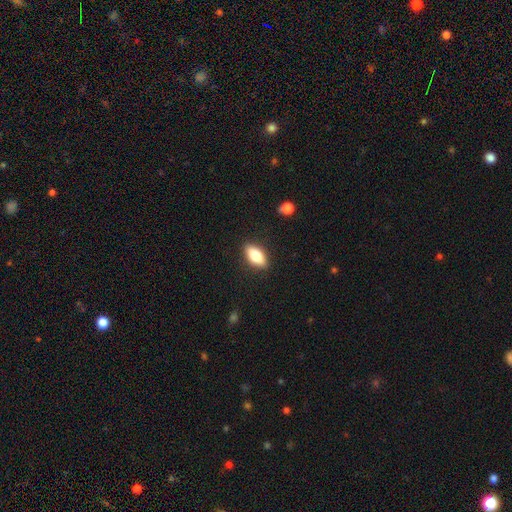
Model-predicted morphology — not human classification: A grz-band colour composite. It shows a smooth galaxy with no disk features (77%) that is in between round and cigar-shaped (85%). Merging: none (88%).